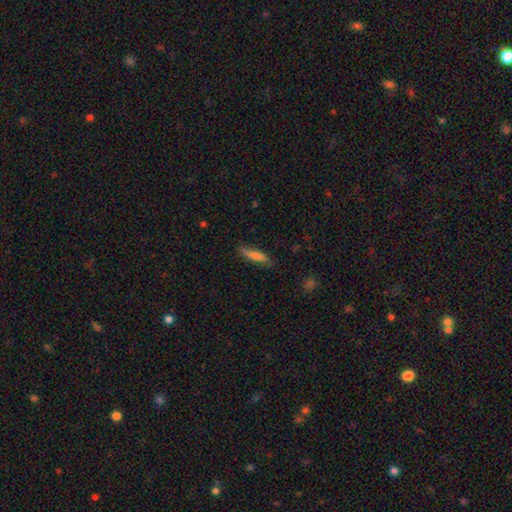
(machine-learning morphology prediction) Smooth or featured: smooth — 63% (featured or disk — 28%)
How rounded: cigar-shaped — 84% (in between — 14%)
Merging: none — 78% (minor disturbance — 17%)